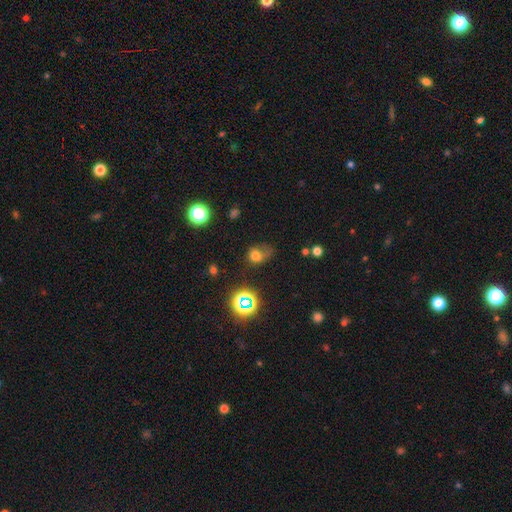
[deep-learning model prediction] Smooth or featured? Predicted: smooth (p=0.66). How rounded? Predicted: round (p=0.59). Merging? Predicted: none (p=0.36).